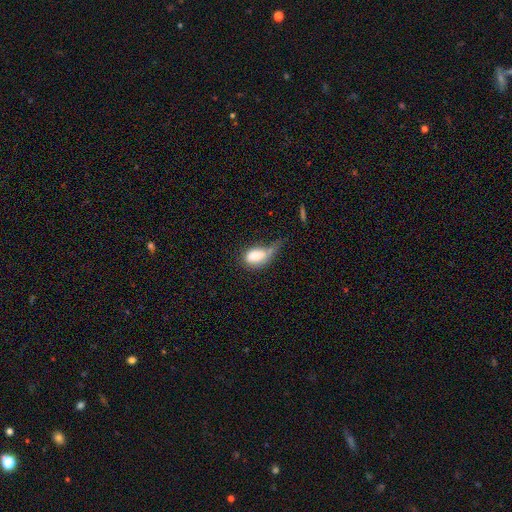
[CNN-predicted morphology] Smooth or featured: smooth — 76% (featured or disk — 17%)
How rounded: in between — 86% (round — 10%)
Merging: major disturbance — 41% (minor disturbance — 30%)